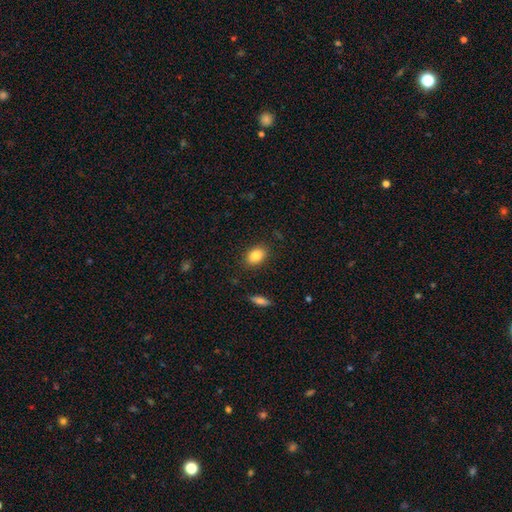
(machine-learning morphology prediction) Smooth or featured?
  - smooth: 84% *
  - star or artifact: 8%
  - featured or disk: 8%
How rounded?
  - in between: 81% *
  - round: 17%
  - cigar-shaped: 1%
Merging?
  - none: 86% *
  - minor disturbance: 10%
  - major disturbance: 3%
  - merger: 1%